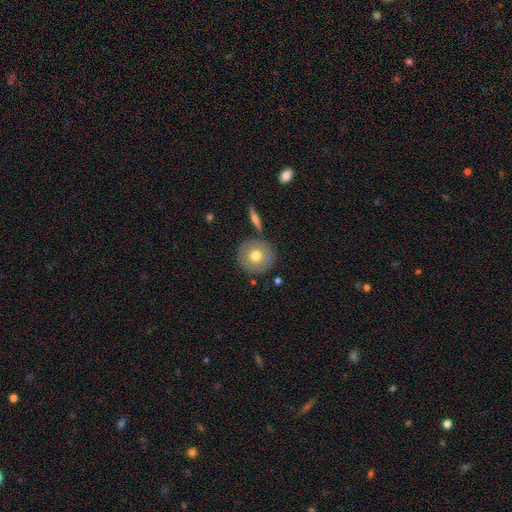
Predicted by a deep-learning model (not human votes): This appears to be a smooth galaxy with no disk features (66%) that is round (95%). Merging: none (84%).